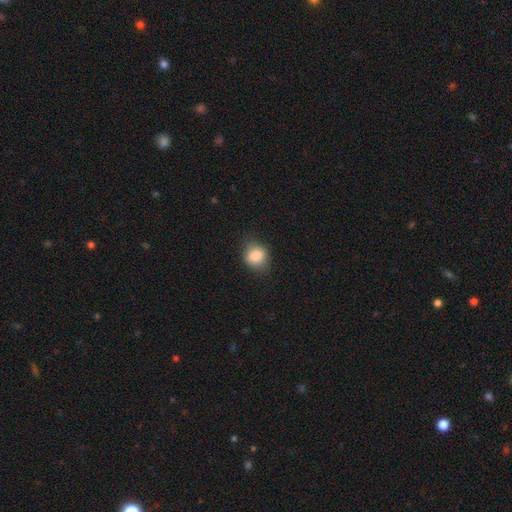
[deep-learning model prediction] Morphology: type=smooth (86%); roundness=round (58%); merging=none (72%).